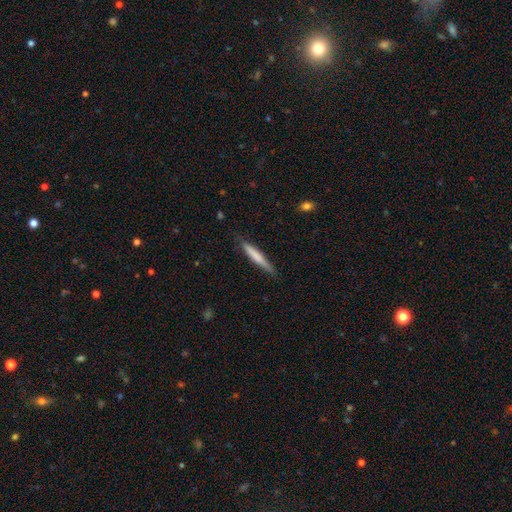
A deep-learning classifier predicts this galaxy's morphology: smooth-or-featured: smooth: 67% | featured or disk: 28% | star or artifact: 5%
  how-rounded: cigar-shaped: 94% | in between: 5% | round: 1%
  merging: none: 83% | minor disturbance: 14% | major disturbance: 2% | merger: 1%